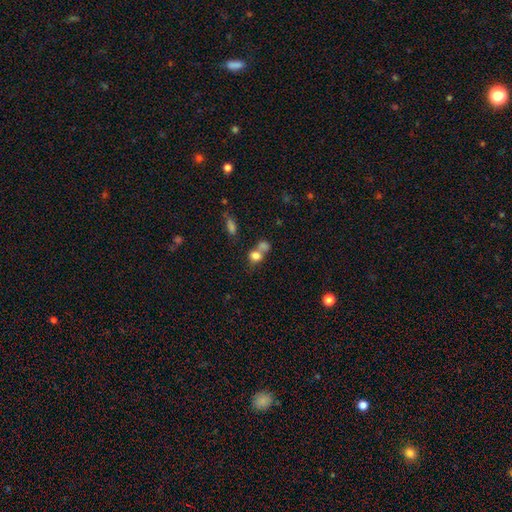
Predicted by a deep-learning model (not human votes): Overall: smooth (78%). How rounded: round (63%; in between 35%). Merging: merger (53%; none 33%).